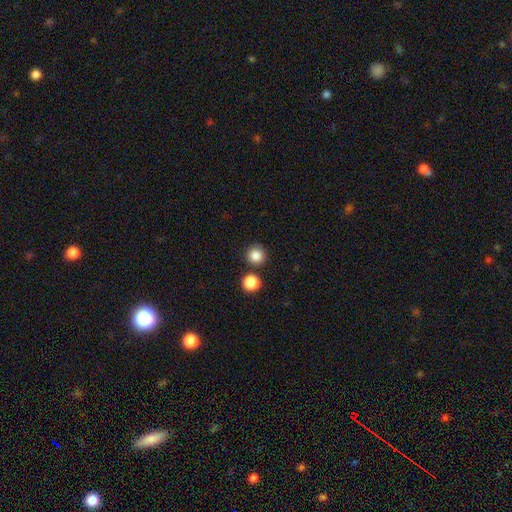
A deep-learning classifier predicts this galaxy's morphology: This is clearly a smooth galaxy (85%). How rounded: clearly round (94%). Merging: clearly none (82%).